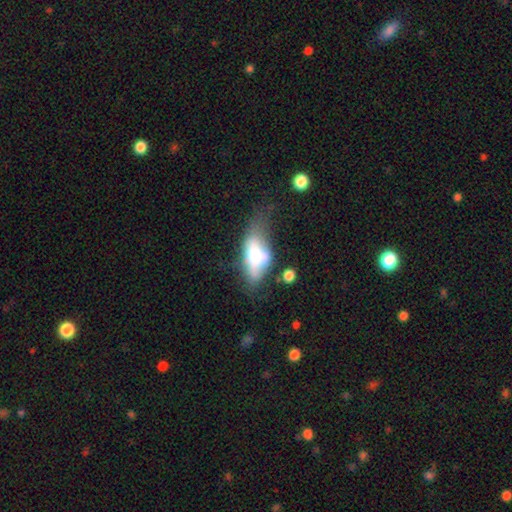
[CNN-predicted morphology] This appears to be a smooth galaxy with no disk features (52%) that is in between round and cigar-shaped (83%). Merging: major disturbance (36%).